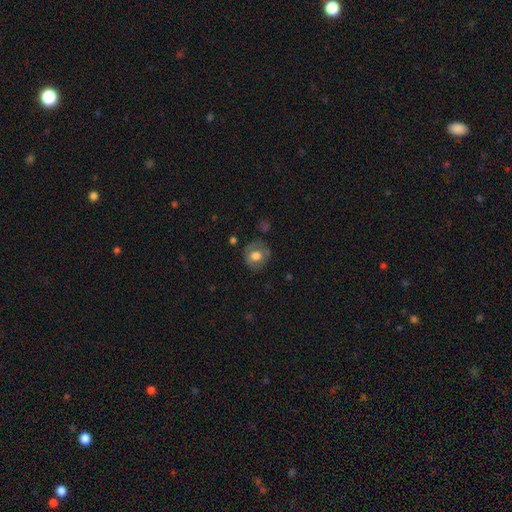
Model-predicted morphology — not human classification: Smooth or featured? Predicted: smooth (p=0.65). How rounded? Predicted: round (p=0.80). Merging? Predicted: none (p=0.71).